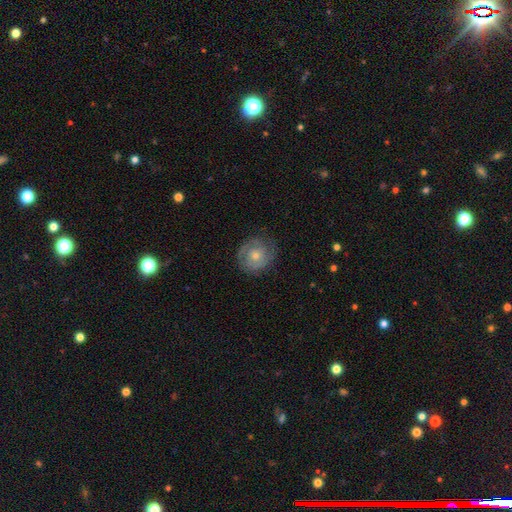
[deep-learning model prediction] Smooth or featured: featured or disk — 76% (smooth — 16%)
Edge-on disk: no — 97% (yes — 3%)
Bar: no — 80% (weak — 16%)
Spiral arms: yes — 92% (no — 8%)
Spiral winding: tight — 69% (medium — 25%)
Spiral arm count: 2 — 57% (can't tell — 20%)
Bulge size: small — 52% (moderate — 45%)
Merging: none — 81% (minor disturbance — 14%)